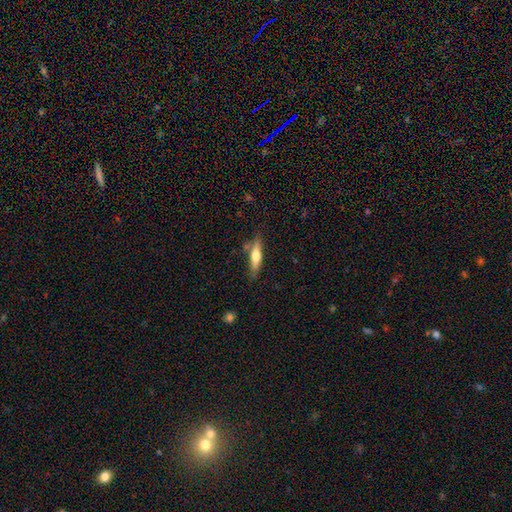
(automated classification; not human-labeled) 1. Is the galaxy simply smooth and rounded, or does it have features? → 53% smooth, 41% featured or disk, 6% star or artifact.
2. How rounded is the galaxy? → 73% cigar-shaped, 25% in between, 2% round.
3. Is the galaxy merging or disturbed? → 75% none, 15% minor disturbance, 6% merger, 4% major disturbance.